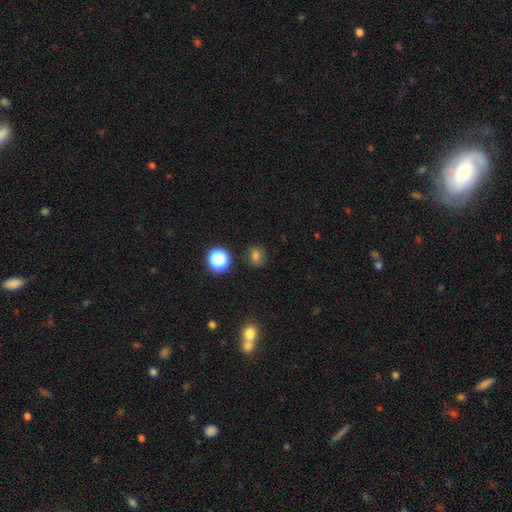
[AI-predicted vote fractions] smooth-or-featured: smooth: 65% | star or artifact: 26% | featured or disk: 9%
  how-rounded: round: 59% | in between: 40% | cigar-shaped: 1%
  merging: none: 82% | minor disturbance: 11% | major disturbance: 4% | merger: 3%